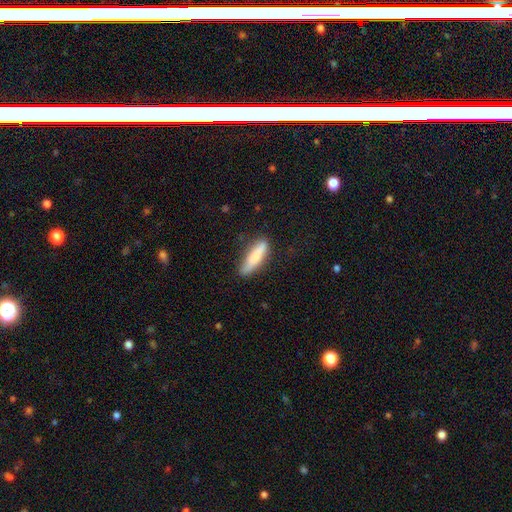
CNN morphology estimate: Smooth or featured? Predicted: smooth (p=0.77). How rounded? Predicted: cigar-shaped (p=0.77). Merging? Predicted: none (p=0.80).